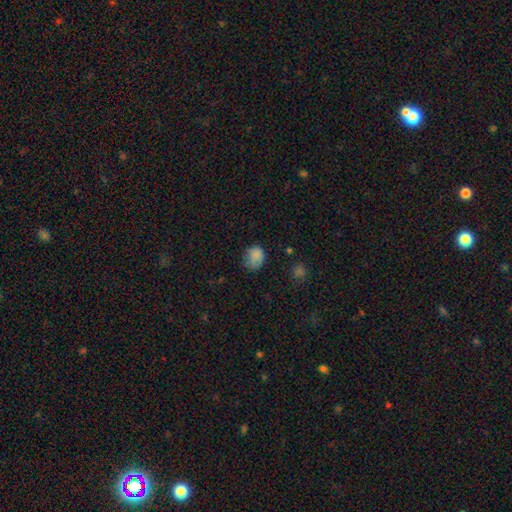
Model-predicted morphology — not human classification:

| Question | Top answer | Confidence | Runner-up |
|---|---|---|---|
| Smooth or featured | smooth | 81% | star or artifact (11%) |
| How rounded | round | 60% | in between (39%) |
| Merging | none | 60% | minor disturbance (29%) |